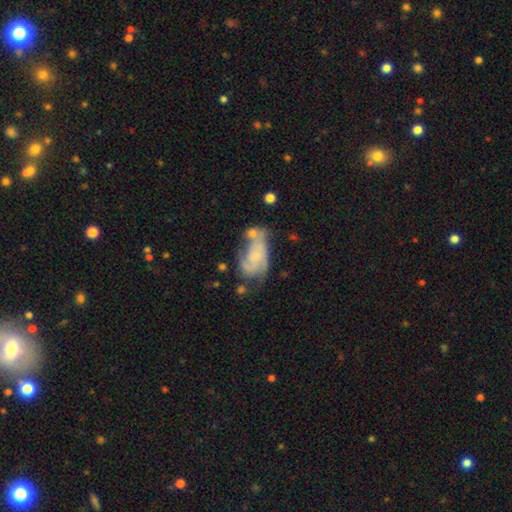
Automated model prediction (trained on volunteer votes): This appears to be a featured or disk galaxy (67%) with no bar (73%), 2 (40%) medium (42%) spiral arms (84%) and a small central bulge (61%). Merging: none (31%).